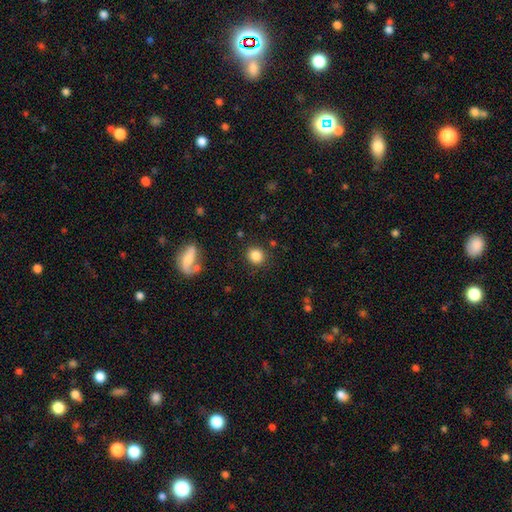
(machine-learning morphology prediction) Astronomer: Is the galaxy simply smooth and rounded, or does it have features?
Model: smooth — 84%.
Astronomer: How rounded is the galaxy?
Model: round — 84%.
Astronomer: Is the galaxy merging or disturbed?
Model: none — 86%.